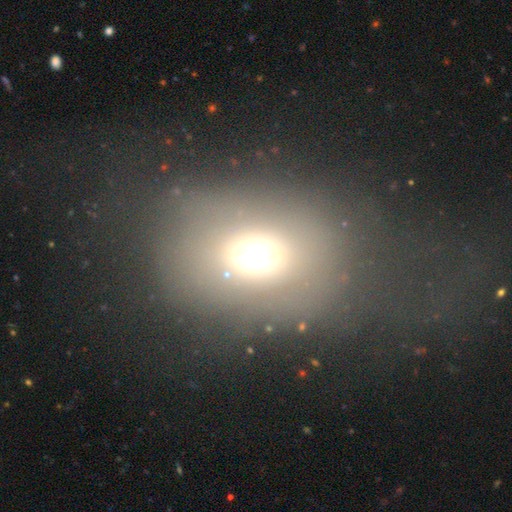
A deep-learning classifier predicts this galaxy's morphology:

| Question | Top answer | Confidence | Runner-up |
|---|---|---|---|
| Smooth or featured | smooth | 60% | star or artifact (21%) |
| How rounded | in between | 54% | round (45%) |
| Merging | none | 59% | major disturbance (21%) |